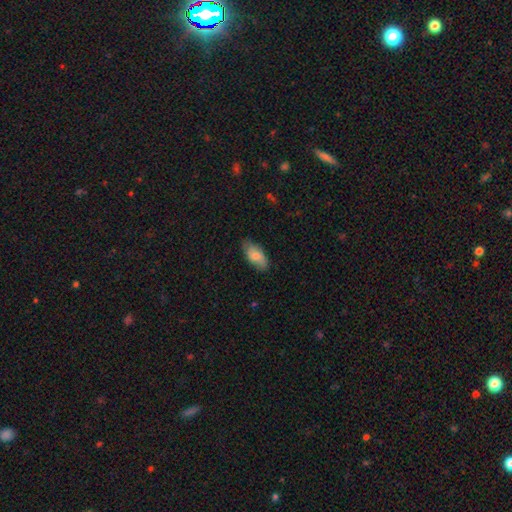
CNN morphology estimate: type=smooth (78%); roundness=in between (90%); merging=none (77%).